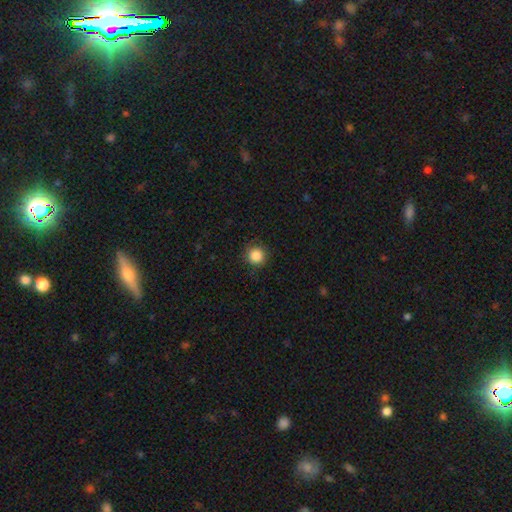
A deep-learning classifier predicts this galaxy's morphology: smooth 86%, star or artifact 10%, featured or disk 3%. Down the decision tree: how rounded — round (95%); merging — none (90%).